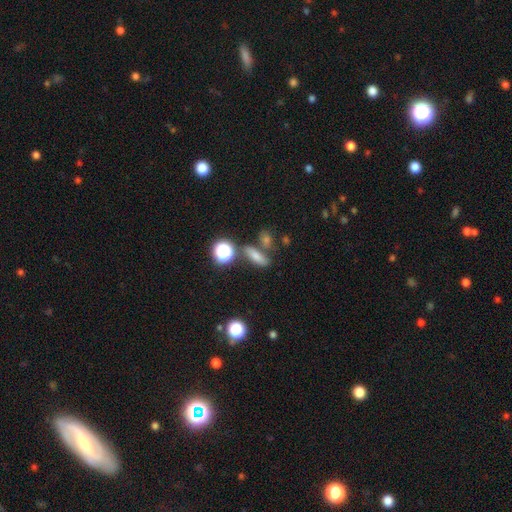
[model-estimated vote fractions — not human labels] Smooth or featured: smooth — 69% (star or artifact — 18%)
How rounded: in between — 47% (cigar-shaped — 37%)
Merging: none — 64% (merger — 17%)